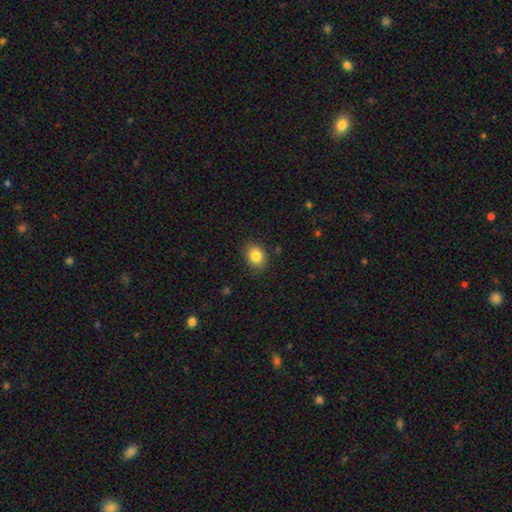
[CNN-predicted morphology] A smooth galaxy with no disk features (84%) that is in between round and cigar-shaped (53%).

Vote fractions:
- Smooth or featured? smooth: 84% / star or artifact: 9% / featured or disk: 7%
- How rounded? in between: 53% / round: 46% / cigar-shaped: 1%
- Merging? none: 84% / minor disturbance: 12% / major disturbance: 3% / merger: 1%